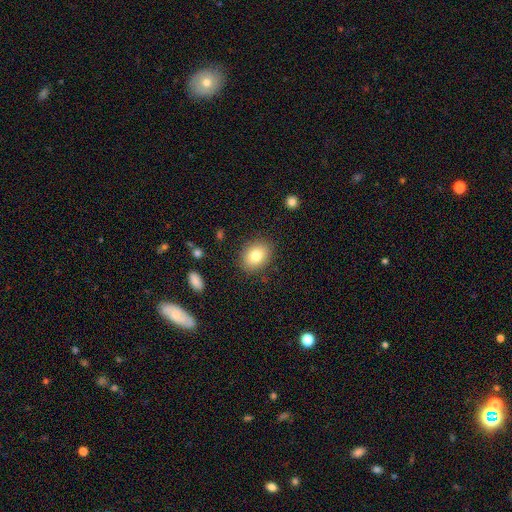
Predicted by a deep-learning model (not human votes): smooth_or_featured: smooth (p=0.81) [alt: featured or disk p=0.10]
how_rounded: in between (p=0.57) [alt: round p=0.42]
merging: none (p=0.87) [alt: minor disturbance p=0.09]